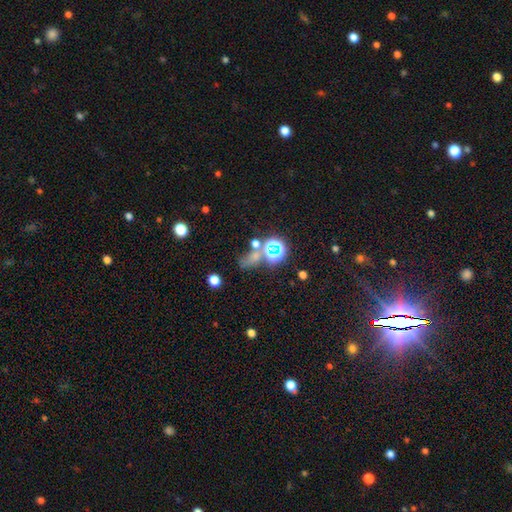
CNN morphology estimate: A star or artifact, not a galaxy (45%).

Vote fractions:
- Smooth or featured? star or artifact: 45% / smooth: 43% / featured or disk: 12%